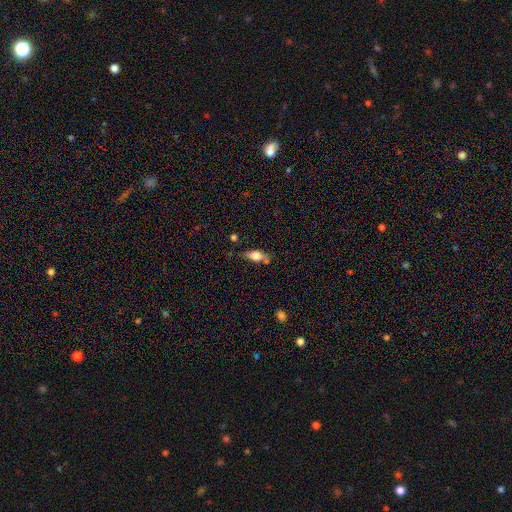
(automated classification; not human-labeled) This is likely a smooth galaxy (63%). How rounded: likely in between (73%). Merging: possibly none (58%).